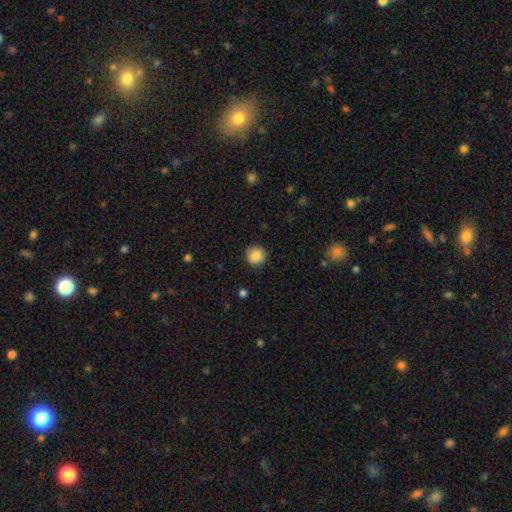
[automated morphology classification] type=smooth (86%); roundness=round (93%); merging=none (90%).